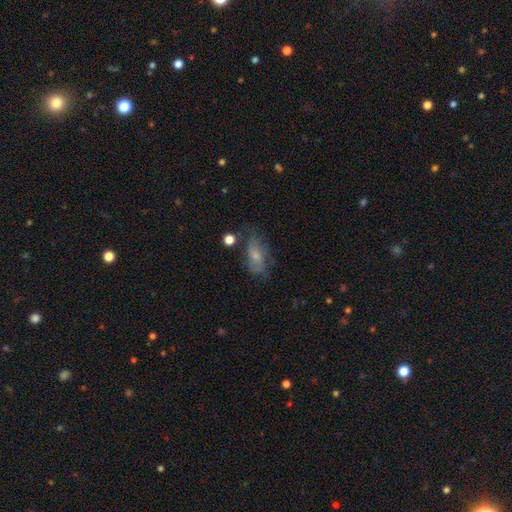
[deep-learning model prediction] This appears to be a smooth galaxy with no disk features (48%). Merging: none (56%).